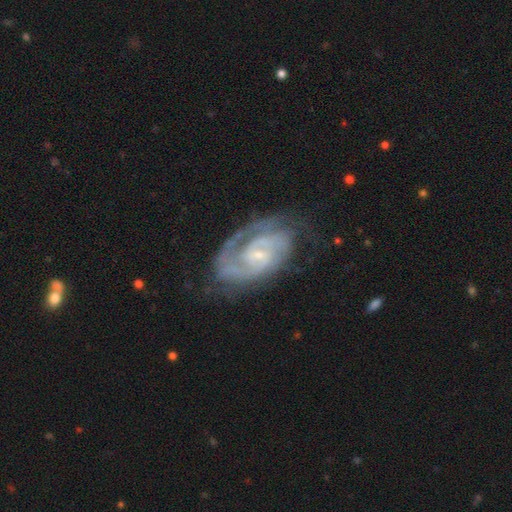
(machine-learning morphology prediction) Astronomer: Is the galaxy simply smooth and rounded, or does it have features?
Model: featured or disk — 88%.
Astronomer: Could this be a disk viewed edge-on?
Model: no — 97%.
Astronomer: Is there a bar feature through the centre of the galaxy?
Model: no — 44%, tied with weak at 44%.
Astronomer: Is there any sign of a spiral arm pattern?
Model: yes — 97%.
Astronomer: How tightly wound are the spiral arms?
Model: tight — 59% (runner-up: medium, 35%).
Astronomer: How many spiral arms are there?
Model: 2 — 68%.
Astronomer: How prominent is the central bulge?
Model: small — 71%.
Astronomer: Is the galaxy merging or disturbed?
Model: none — 70%.